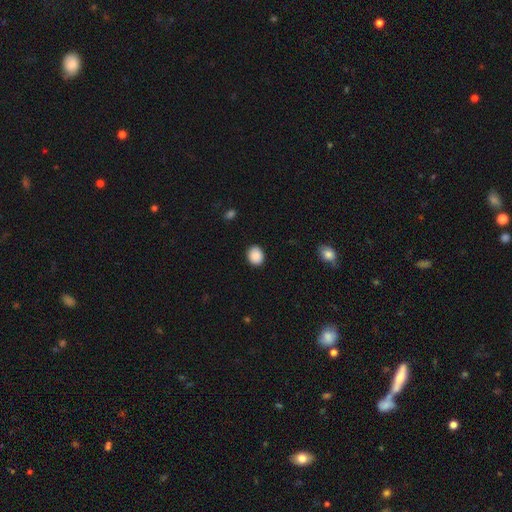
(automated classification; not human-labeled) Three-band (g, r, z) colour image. It shows a smooth galaxy with no disk features (89%) that is round (65%). Merging: none (89%).